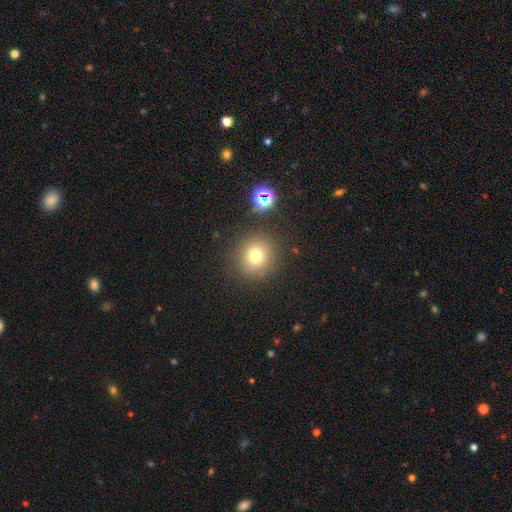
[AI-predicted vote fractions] Morphology: type=smooth (73%); roundness=round (91%); merging=none (85%).